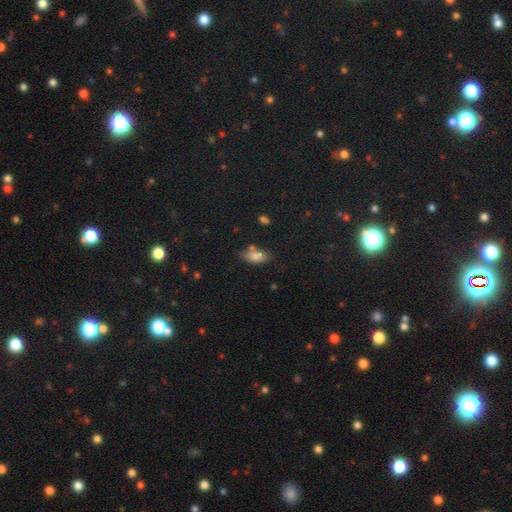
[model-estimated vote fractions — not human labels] Overall: smooth (78%). How rounded: in between (84%). Merging: none (68%).